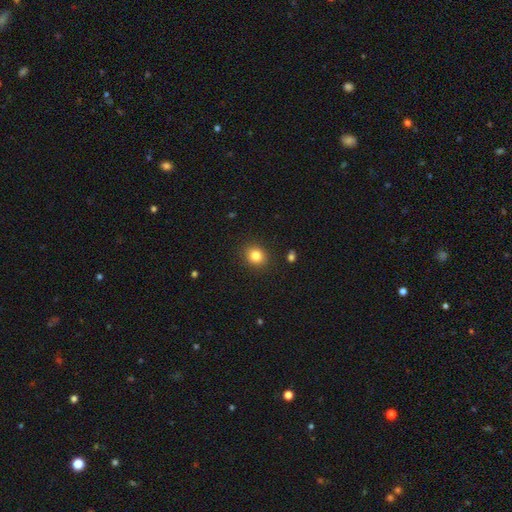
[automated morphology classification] Smooth or featured: smooth — 83% (star or artifact — 11%)
How rounded: round — 72% (in between — 27%)
Merging: none — 90% (minor disturbance — 7%)